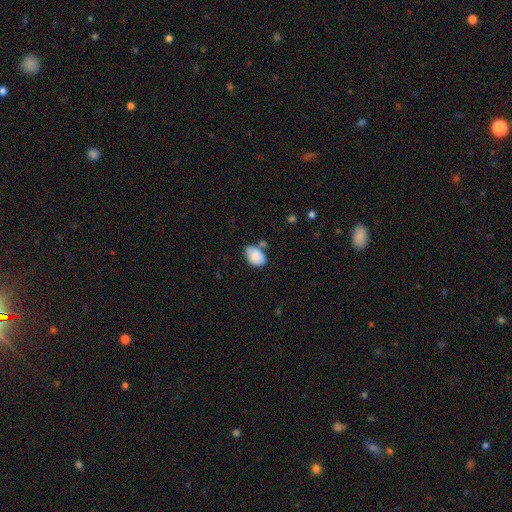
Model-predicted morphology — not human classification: This appears to be a smooth galaxy with no disk features (84%) that is in between round and cigar-shaped (85%). Merging: none (56%).